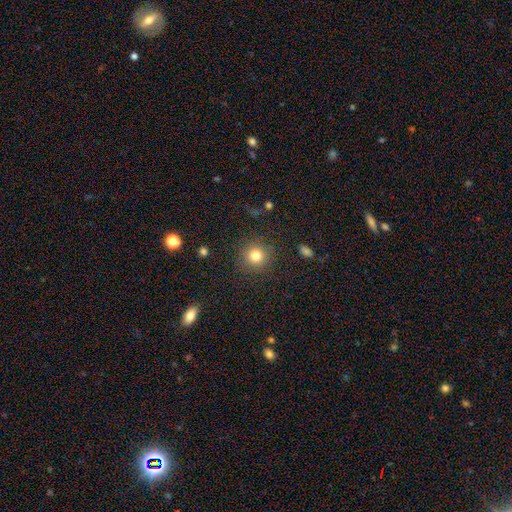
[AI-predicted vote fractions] Q: Smooth or featured?
A: smooth (81%); runner-up: star or artifact (12%)
Q: How rounded?
A: round (93%); runner-up: in between (6%)
Q: Merging?
A: none (88%); runner-up: minor disturbance (7%)